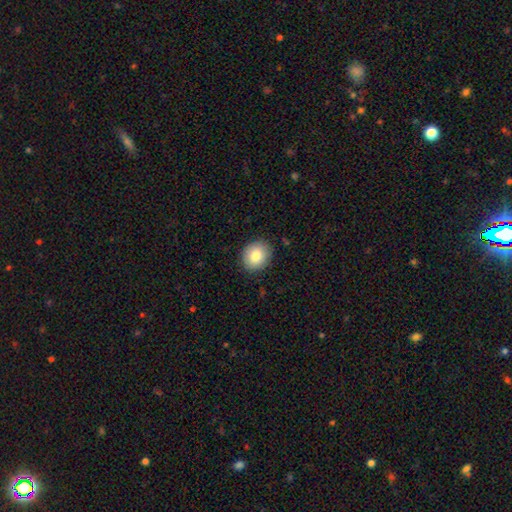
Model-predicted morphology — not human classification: smooth 82%, featured or disk 10%, star or artifact 8%. Down the decision tree: how rounded — round (61%); merging — none (87%).